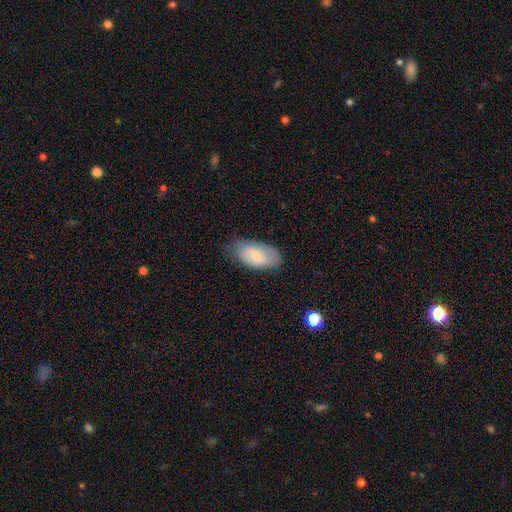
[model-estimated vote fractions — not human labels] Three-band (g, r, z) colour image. It shows a smooth galaxy with no disk features (70%) that is in between round and cigar-shaped (94%). Merging: none (68%).